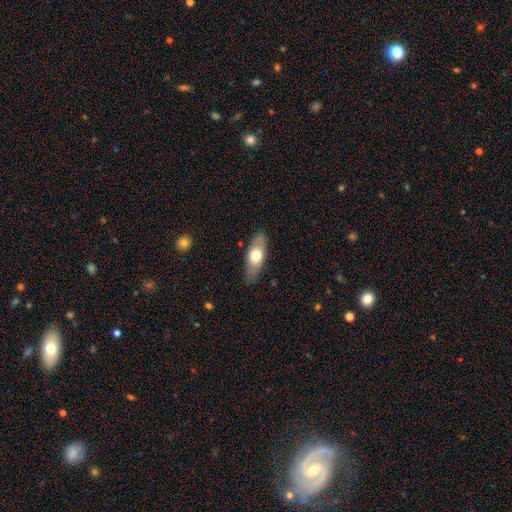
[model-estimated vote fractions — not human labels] This appears to be a smooth galaxy with no disk features (58%) that is in between round and cigar-shaped (70%). Merging: none (84%).